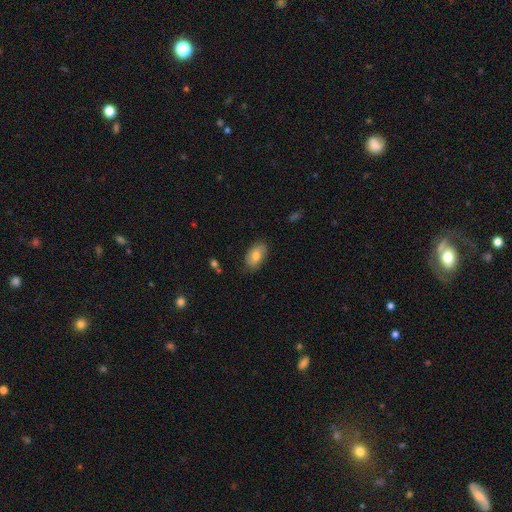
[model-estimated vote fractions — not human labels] This is likely a smooth galaxy (63%). How rounded: clearly in between (90%). Merging: likely none (77%).